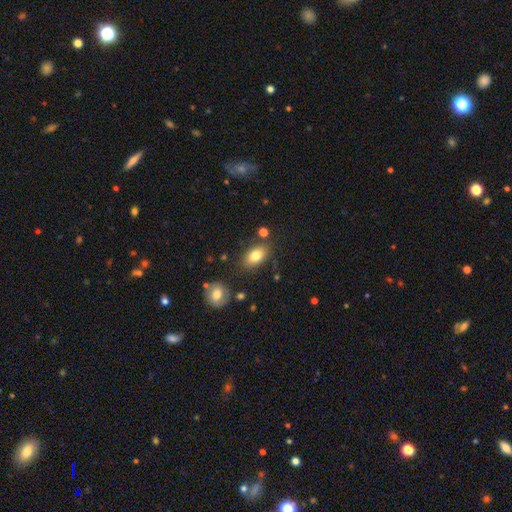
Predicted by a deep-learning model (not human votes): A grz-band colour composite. It shows a smooth galaxy with no disk features (80%) that is in between round and cigar-shaped (89%). Merging: none (79%).